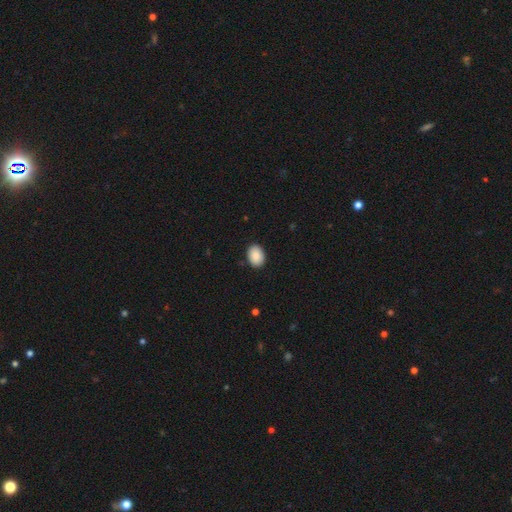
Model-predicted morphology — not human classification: A smooth galaxy with no disk features (90%) that is in between round and cigar-shaped (76%).

Vote fractions:
- Smooth or featured? smooth: 90% / star or artifact: 7% / featured or disk: 3%
- How rounded? in between: 76% / round: 23% / cigar-shaped: 1%
- Merging? none: 89% / minor disturbance: 8% / major disturbance: 2% / merger: 1%